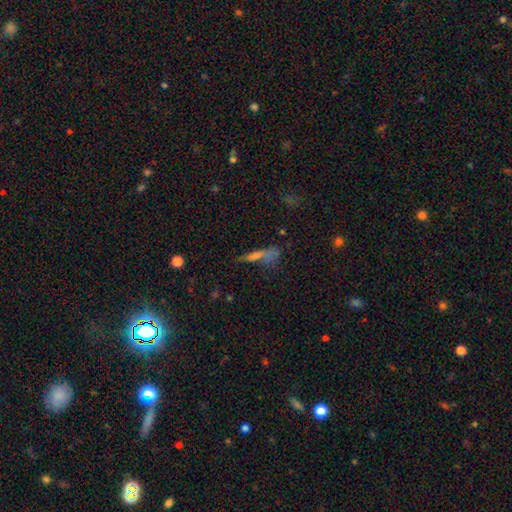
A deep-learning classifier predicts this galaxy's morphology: Overall: smooth (56%; featured or disk 24%). How rounded: cigar-shaped (77%). Merging: none (43%; major disturbance 21%).